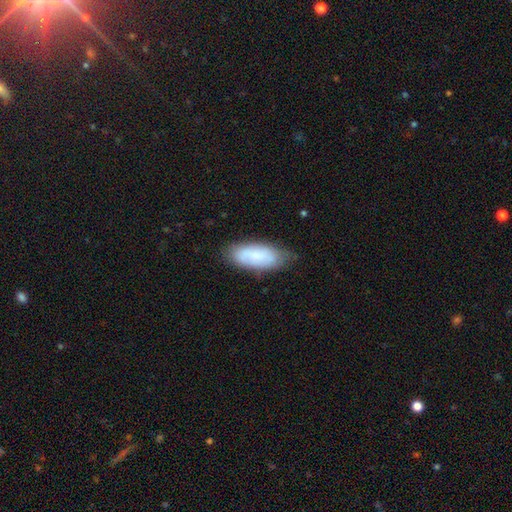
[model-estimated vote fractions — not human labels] smooth-or-featured: smooth: 77% | featured or disk: 16% | star or artifact: 7%
  how-rounded: in between: 84% | cigar-shaped: 14% | round: 2%
  merging: none: 71% | minor disturbance: 22% | major disturbance: 5% | merger: 2%